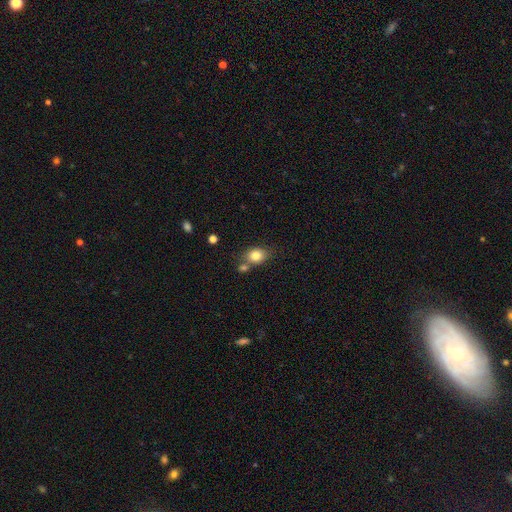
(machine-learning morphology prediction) Smooth or featured: smooth — 81% (featured or disk — 10%)
How rounded: in between — 61% (round — 38%)
Merging: none — 60% (merger — 22%)